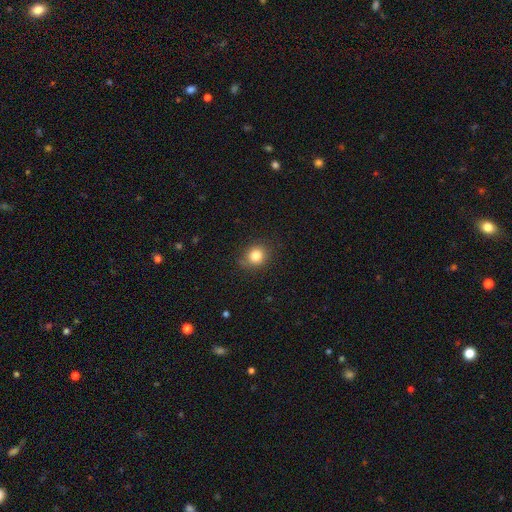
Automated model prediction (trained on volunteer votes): The model was most divided on "how rounded": round: 80%, in between: 19%, cigar-shaped: 1%. More confident: smooth or featured — smooth (82%); merging — none (82%).